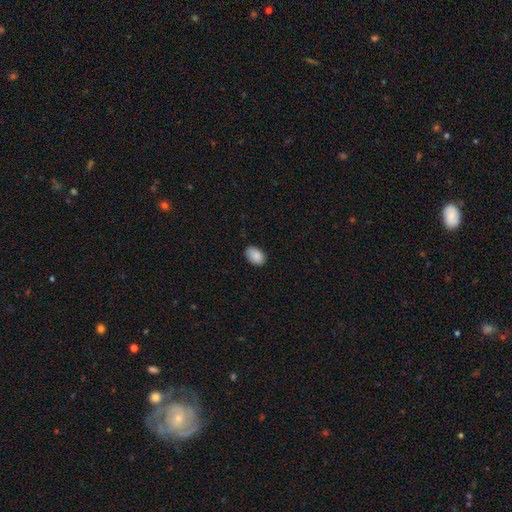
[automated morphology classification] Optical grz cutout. It shows a smooth galaxy with no disk features (90%) that is in between round and cigar-shaped (88%). Merging: none (83%).